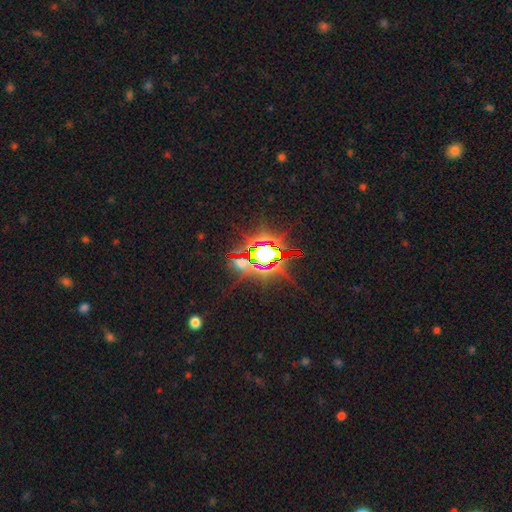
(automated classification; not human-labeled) The model was most divided on "smooth or featured": star or artifact: 78%, featured or disk: 11%, smooth: 10%.